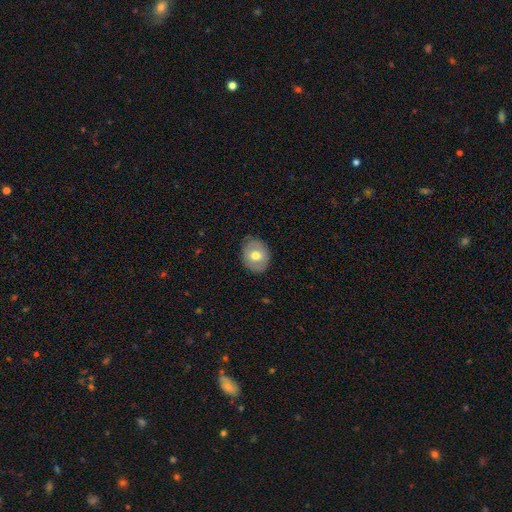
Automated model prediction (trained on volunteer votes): smooth_or_featured: smooth (p=0.64) [alt: featured or disk p=0.29]
how_rounded: round (p=0.52) [alt: in between p=0.47]
merging: none (p=0.84) [alt: minor disturbance p=0.13]